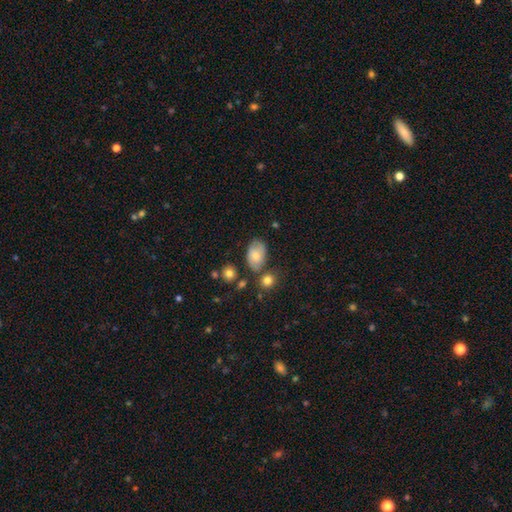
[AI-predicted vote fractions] This appears to be a smooth galaxy with no disk features (74%) that is in between round and cigar-shaped (87%). Merging: none (60%).